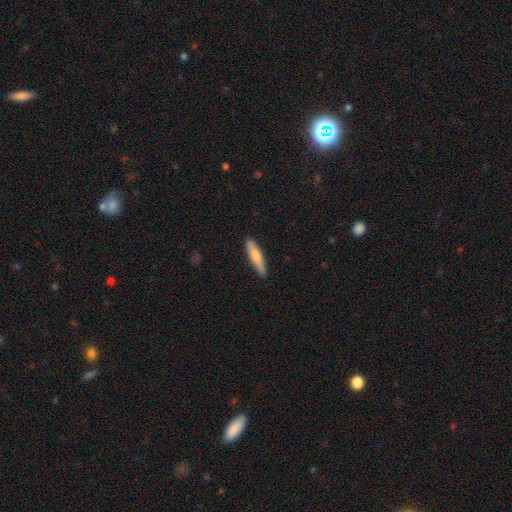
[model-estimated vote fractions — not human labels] smooth 72%, featured or disk 23%, star or artifact 5%. Down the decision tree: how rounded — cigar-shaped (83%); merging — none (87%).